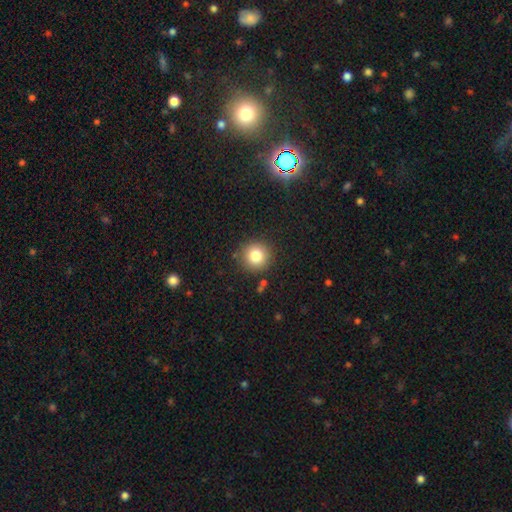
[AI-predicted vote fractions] This is clearly a smooth galaxy (81%). How rounded: clearly round (93%). Merging: clearly none (87%).